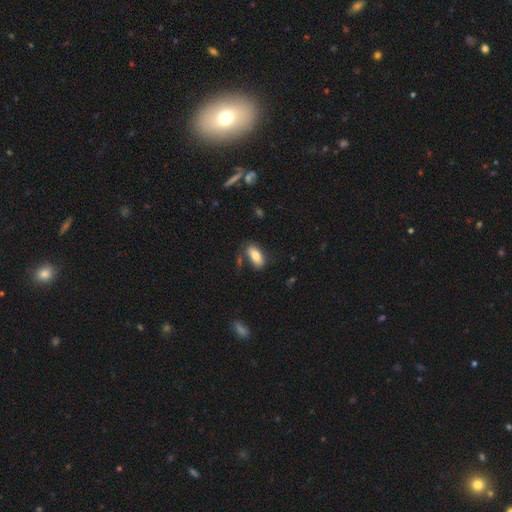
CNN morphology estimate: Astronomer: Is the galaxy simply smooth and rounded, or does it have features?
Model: smooth — 78%.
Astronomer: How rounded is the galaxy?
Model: in between — 89%.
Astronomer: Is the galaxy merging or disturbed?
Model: none — 70%.